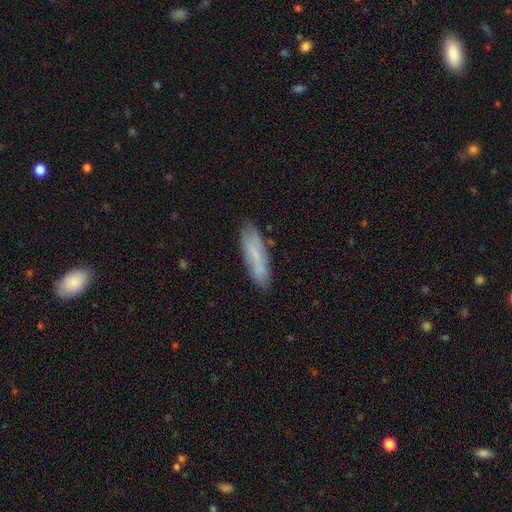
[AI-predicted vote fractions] Smooth or featured? Predicted: smooth (p=0.64). How rounded? Predicted: cigar-shaped (p=0.66). Merging? Predicted: none (p=0.80).